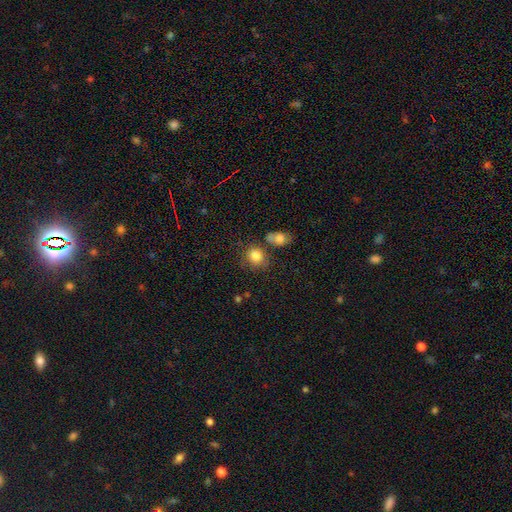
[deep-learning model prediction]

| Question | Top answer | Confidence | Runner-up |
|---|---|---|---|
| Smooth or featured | smooth | 82% | star or artifact (10%) |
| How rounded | round | 73% | in between (26%) |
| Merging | none | 64% | merger (15%) |